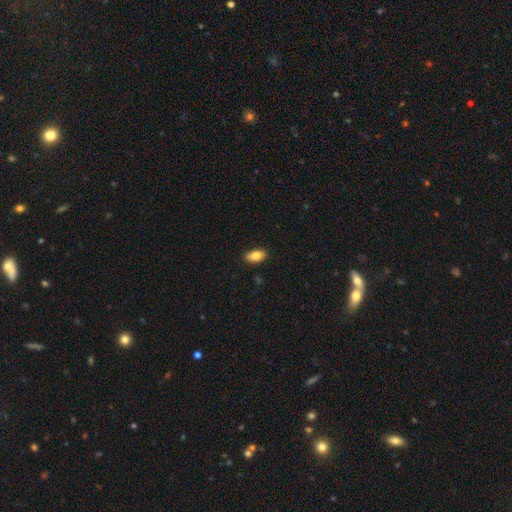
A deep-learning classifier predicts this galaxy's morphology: Smooth or featured?
  - smooth: 84% *
  - featured or disk: 8%
  - star or artifact: 7%
How rounded?
  - in between: 92% *
  - round: 5%
  - cigar-shaped: 3%
Merging?
  - none: 87% *
  - minor disturbance: 10%
  - major disturbance: 2%
  - merger: 1%